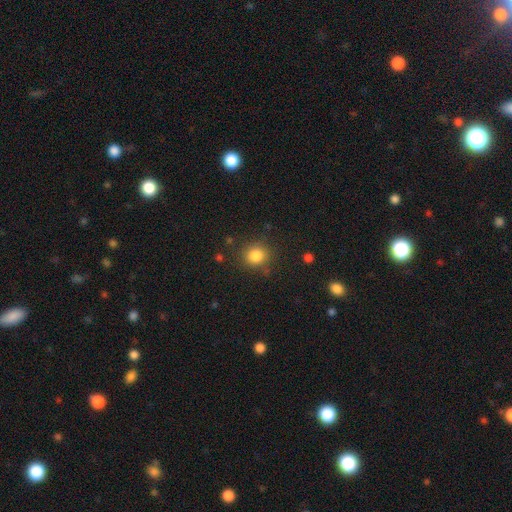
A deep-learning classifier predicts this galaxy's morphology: smooth 83%, star or artifact 12%, featured or disk 5%. Down the decision tree: how rounded — round (85%); merging — none (83%).